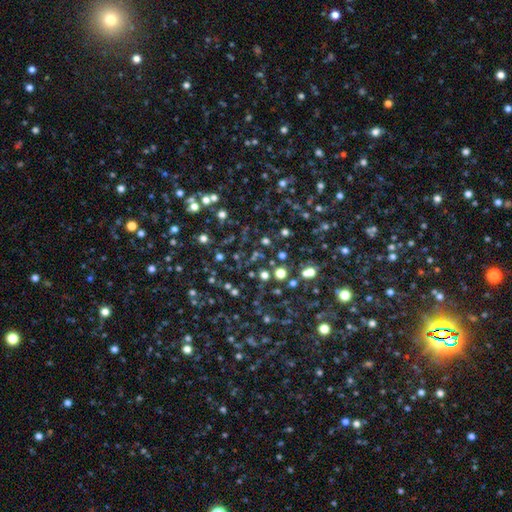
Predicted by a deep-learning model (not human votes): smooth-or-featured: star or artifact: 75% | smooth: 17% | featured or disk: 8%